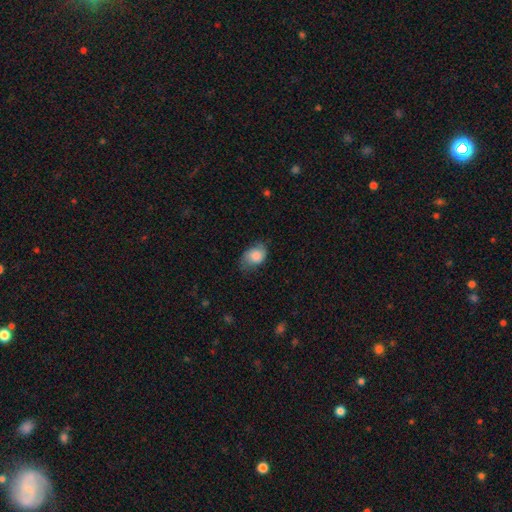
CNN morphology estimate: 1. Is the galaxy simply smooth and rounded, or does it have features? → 75% smooth, 17% featured or disk, 8% star or artifact.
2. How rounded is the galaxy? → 70% in between, 29% round, 1% cigar-shaped.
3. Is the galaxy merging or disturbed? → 52% none, 35% minor disturbance, 12% major disturbance, 1% merger.